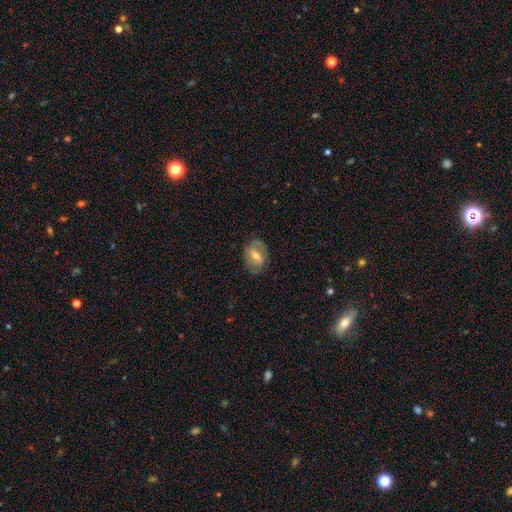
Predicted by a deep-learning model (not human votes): A featured or disk galaxy (60%) with a weak bar (43%), spiral arms (71%) and a moderate central bulge (58%). Merging: none (73%).